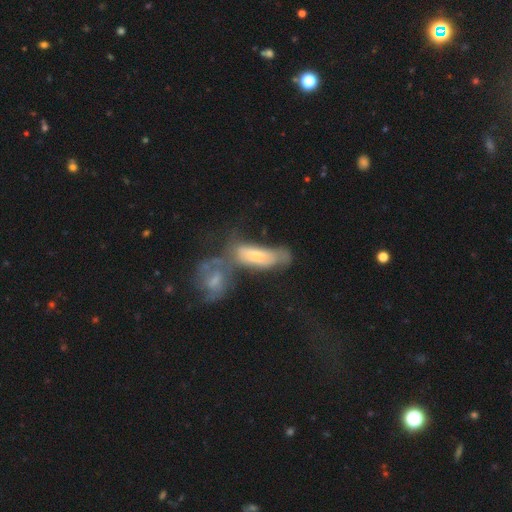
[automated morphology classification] Smooth or featured?
  - featured or disk: 46% *
  - smooth: 45%
  - star or artifact: 9%
Merging?
  - merger: 55% *
  - none: 17%
  - major disturbance: 15%
  - minor disturbance: 13%